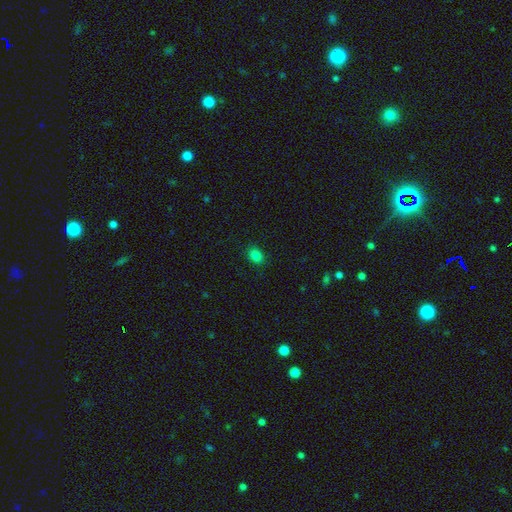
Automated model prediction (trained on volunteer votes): Morphology: type=smooth (83%); roundness=in between (68%); merging=none (88%).